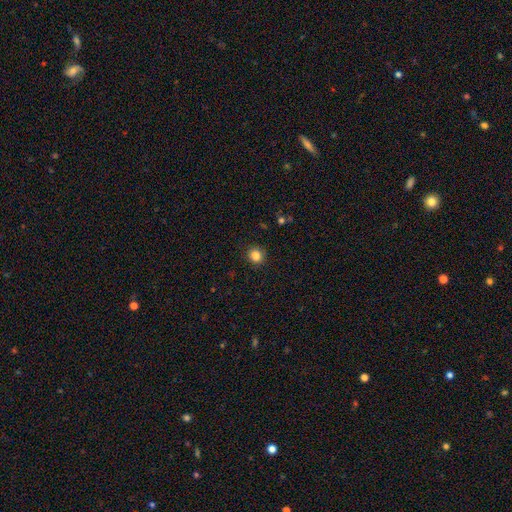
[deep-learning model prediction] Q: Smooth or featured?
A: smooth (85%); runner-up: star or artifact (11%)
Q: How rounded?
A: round (90%); runner-up: in between (9%)
Q: Merging?
A: none (91%); runner-up: minor disturbance (6%)